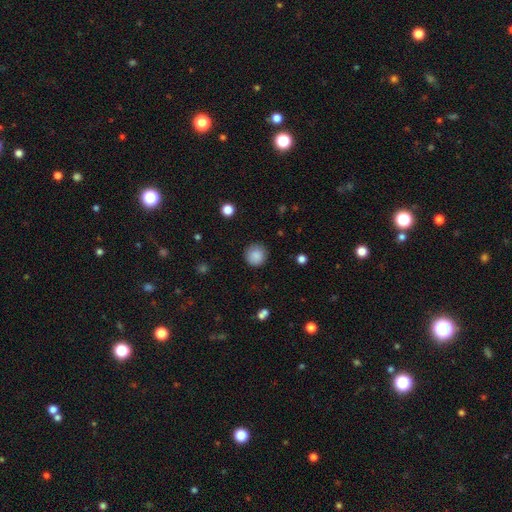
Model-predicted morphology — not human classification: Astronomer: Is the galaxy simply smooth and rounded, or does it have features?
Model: smooth — 88%.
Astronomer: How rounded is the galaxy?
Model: round — 94%.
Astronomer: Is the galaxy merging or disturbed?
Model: none — 89%.